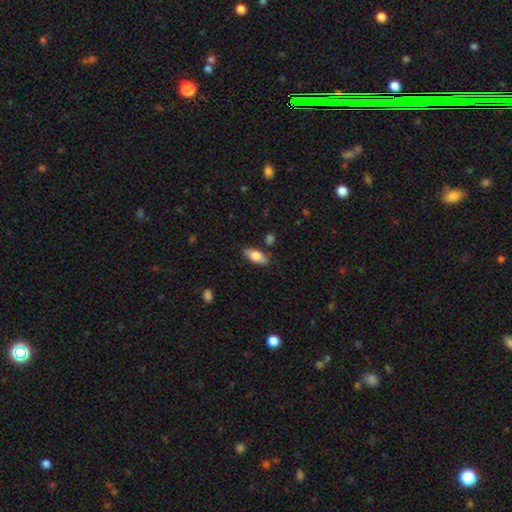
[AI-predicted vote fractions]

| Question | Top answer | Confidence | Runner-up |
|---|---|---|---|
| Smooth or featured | smooth | 75% | featured or disk (19%) |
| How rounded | in between | 83% | cigar-shaped (14%) |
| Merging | none | 80% | minor disturbance (13%) |